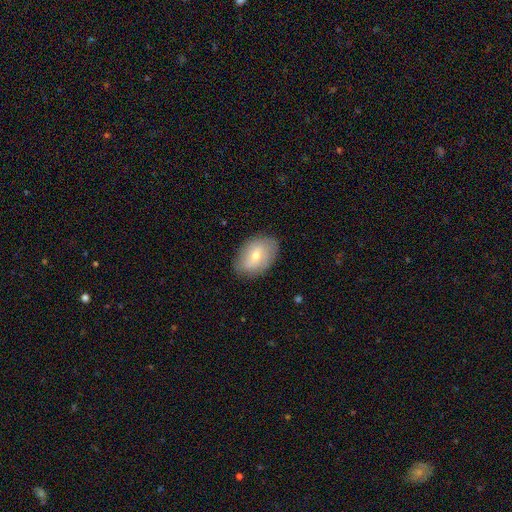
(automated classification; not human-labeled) Overall: smooth (62%; featured or disk 31%). How rounded: in between (84%). Merging: none (82%).